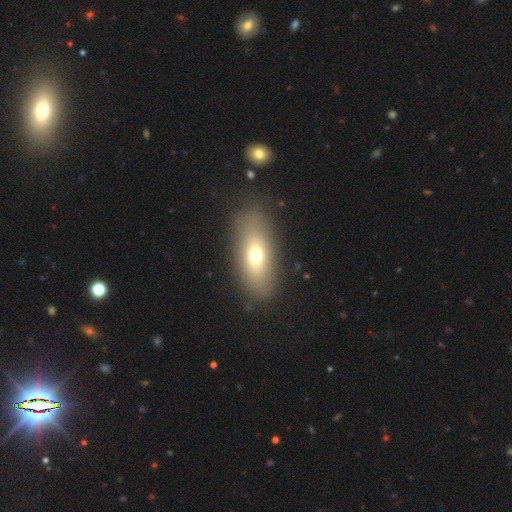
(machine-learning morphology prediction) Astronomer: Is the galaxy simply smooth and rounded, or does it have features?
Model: smooth — 65%.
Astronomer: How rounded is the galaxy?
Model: in between — 79%.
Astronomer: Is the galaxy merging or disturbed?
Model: none — 83%.